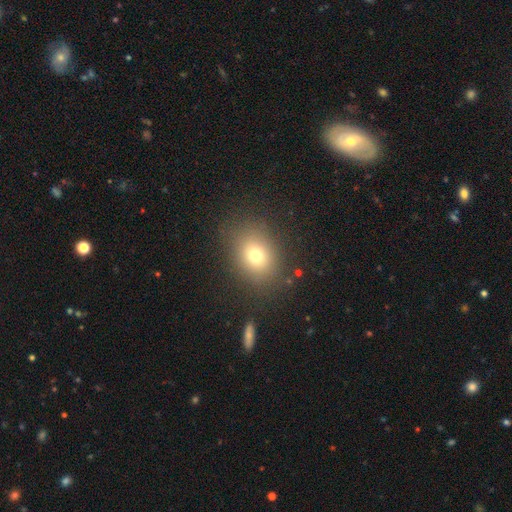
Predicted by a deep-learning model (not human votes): Smooth or featured?
  - smooth: 72% *
  - star or artifact: 16%
  - featured or disk: 12%
How rounded?
  - round: 51% *
  - in between: 48%
  - cigar-shaped: 1%
Merging?
  - none: 83% *
  - minor disturbance: 10%
  - major disturbance: 5%
  - merger: 2%